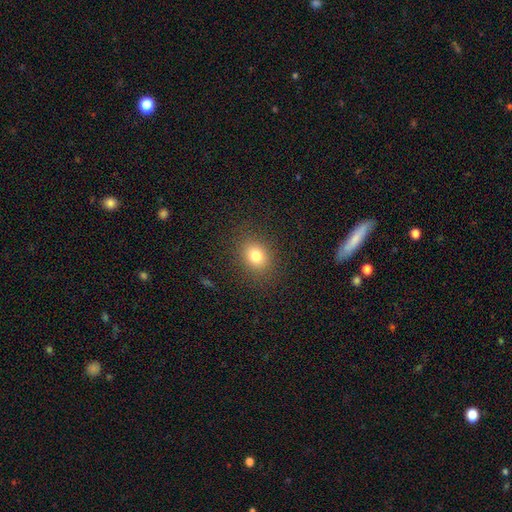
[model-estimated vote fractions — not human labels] This appears to be a smooth galaxy with no disk features (79%) that is in between round and cigar-shaped (50%). Merging: none (86%).